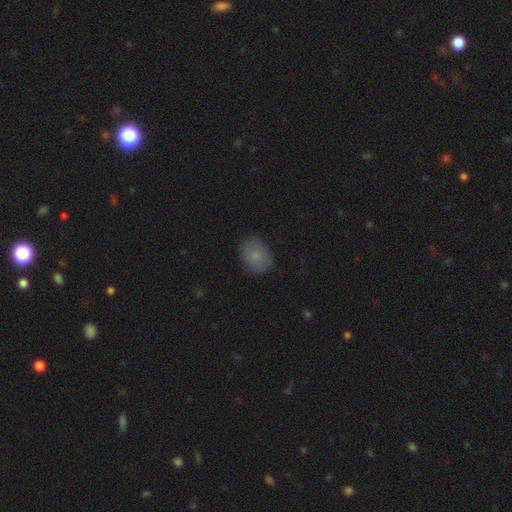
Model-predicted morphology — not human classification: Smooth or featured?
  - smooth: 80% *
  - featured or disk: 10%
  - star or artifact: 10%
How rounded?
  - in between: 60% *
  - round: 39%
  - cigar-shaped: 1%
Merging?
  - none: 85% *
  - minor disturbance: 12%
  - major disturbance: 3%
  - merger: 1%